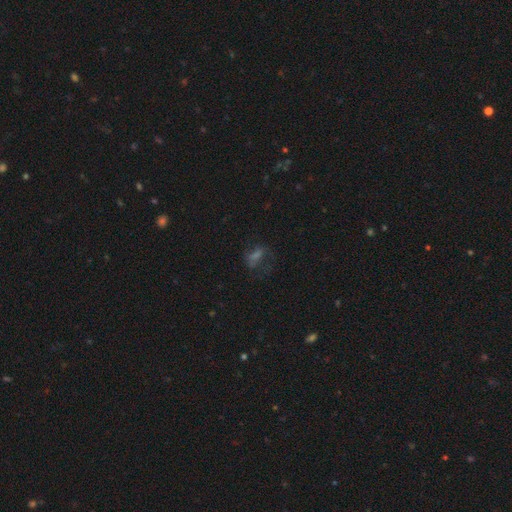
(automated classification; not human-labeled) Overall: smooth (37%; star or artifact 34%). Merging: none (52%; major disturbance 25%).